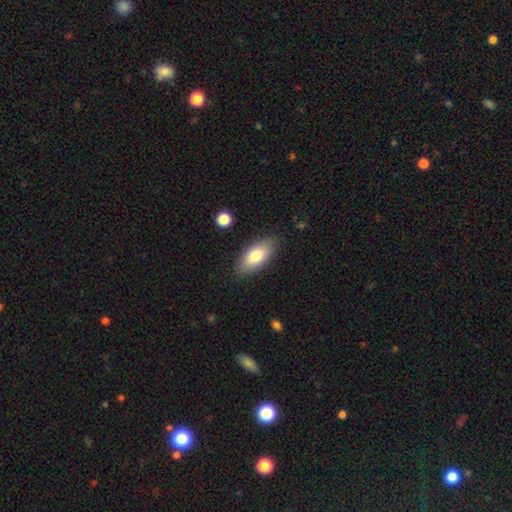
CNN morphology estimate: type=smooth (76%); roundness=in between (88%); merging=none (85%).